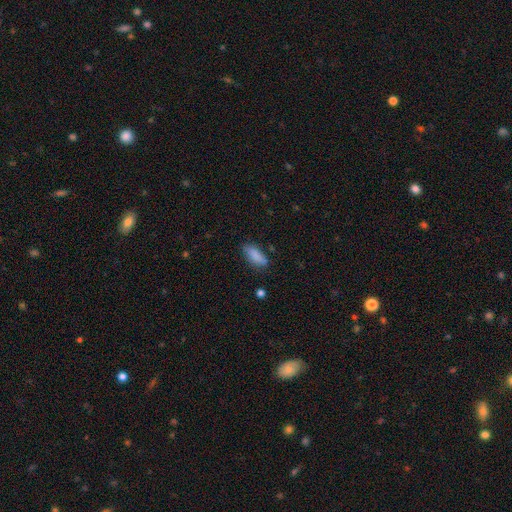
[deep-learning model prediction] This is clearly a smooth galaxy (86%). How rounded: likely in between (73%). Merging: likely none (75%).